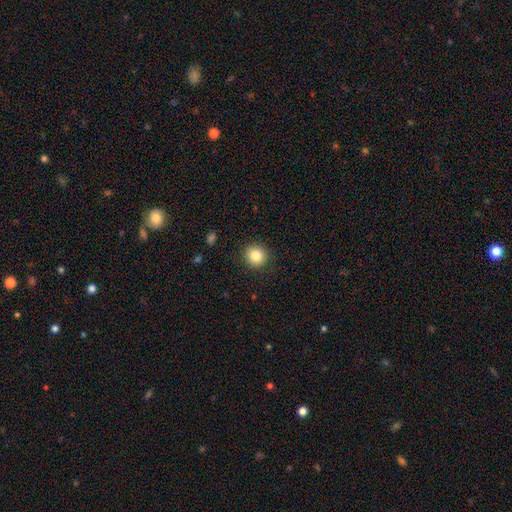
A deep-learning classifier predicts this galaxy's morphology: This is clearly a smooth galaxy (84%). How rounded: clearly round (90%). Merging: clearly none (91%).